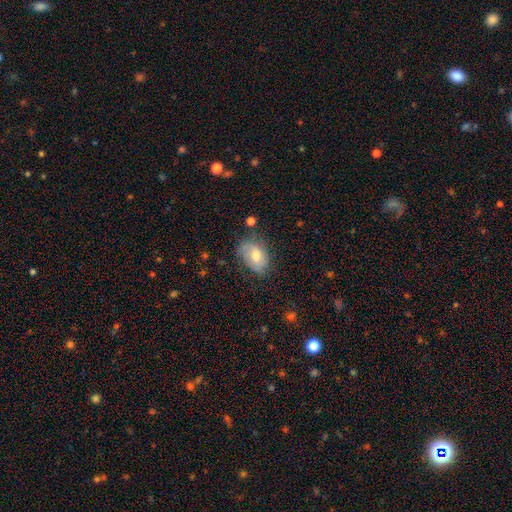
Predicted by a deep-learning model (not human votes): This is possibly a smooth galaxy (57%). How rounded: clearly in between (82%). Merging: possibly none (60%).